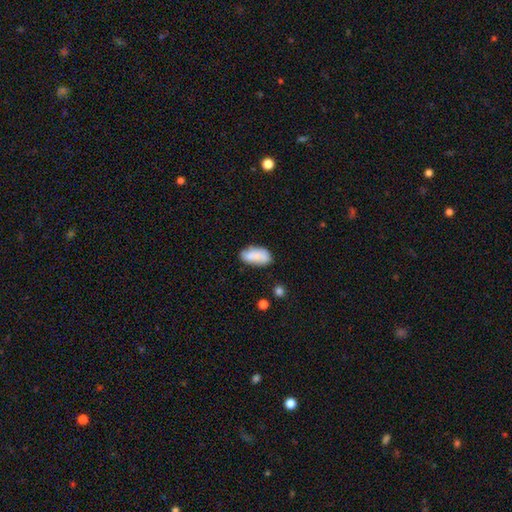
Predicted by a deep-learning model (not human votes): smooth 78%, featured or disk 15%, star or artifact 7%. Down the decision tree: how rounded — in between (93%); merging — none (67%).